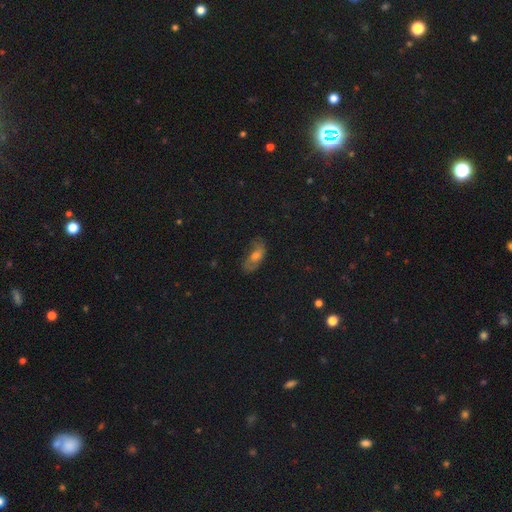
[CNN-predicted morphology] Smooth or featured: smooth — 47% (featured or disk — 37%)
Merging: none — 61% (minor disturbance — 25%)